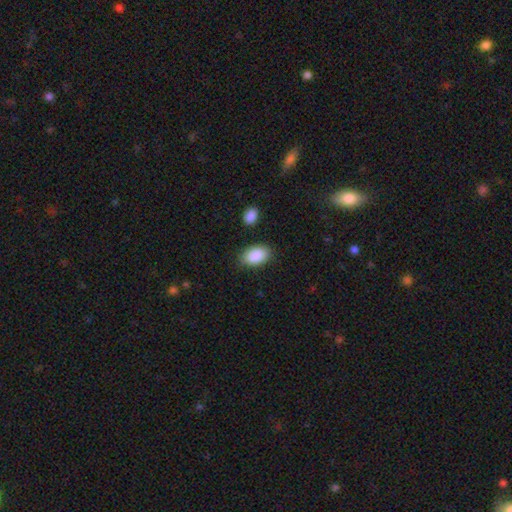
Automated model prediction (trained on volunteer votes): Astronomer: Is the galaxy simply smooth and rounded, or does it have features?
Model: smooth — 89%.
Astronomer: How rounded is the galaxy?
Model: in between — 93%.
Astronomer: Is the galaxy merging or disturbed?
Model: none — 83%.